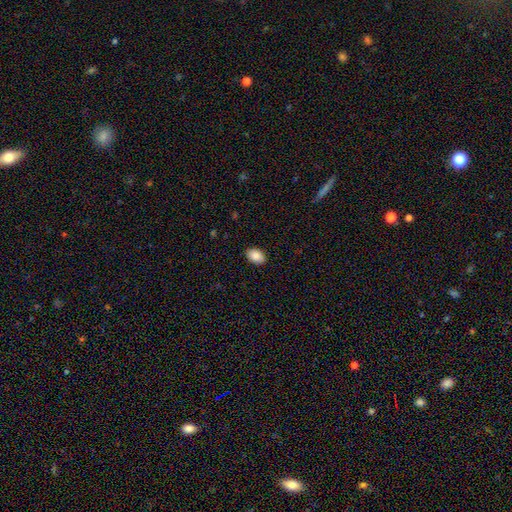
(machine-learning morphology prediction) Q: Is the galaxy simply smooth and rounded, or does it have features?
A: smooth — 87%.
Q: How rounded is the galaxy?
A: in between — 88%.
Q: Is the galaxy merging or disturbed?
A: none — 89%.